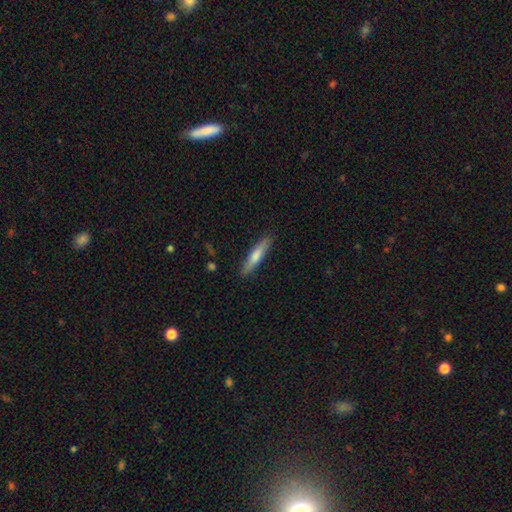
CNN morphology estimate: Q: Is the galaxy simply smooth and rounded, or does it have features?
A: smooth — 64%.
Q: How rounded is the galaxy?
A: cigar-shaped — 88%.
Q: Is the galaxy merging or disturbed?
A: none — 89%.